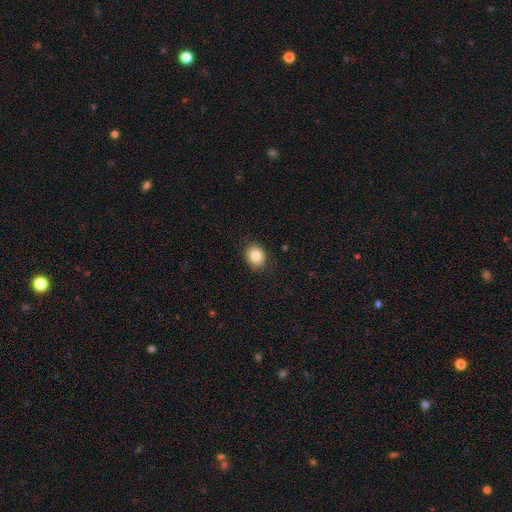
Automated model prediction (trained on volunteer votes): Q: Smooth or featured?
A: smooth (84%); runner-up: star or artifact (9%)
Q: How rounded?
A: round (57%); runner-up: in between (42%)
Q: Merging?
A: none (89%); runner-up: minor disturbance (8%)